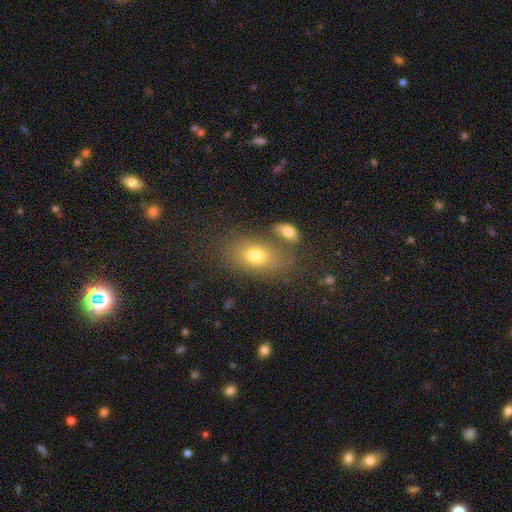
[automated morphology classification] A smooth galaxy with no disk features (73%) that is in between round and cigar-shaped (85%).

Vote fractions:
- Smooth or featured? smooth: 73% / featured or disk: 16% / star or artifact: 11%
- How rounded? in between: 85% / round: 12% / cigar-shaped: 3%
- Merging? none: 68% / merger: 13% / minor disturbance: 13% / major disturbance: 6%